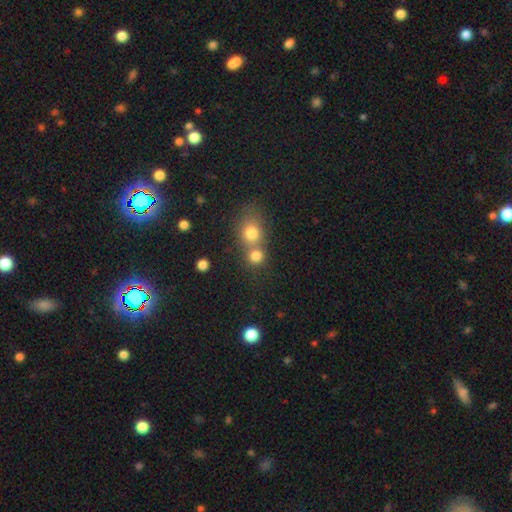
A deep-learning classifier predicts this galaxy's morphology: smooth 79%, star or artifact 13%, featured or disk 8%. Down the decision tree: how rounded — round (82%); merging — merger (49%).